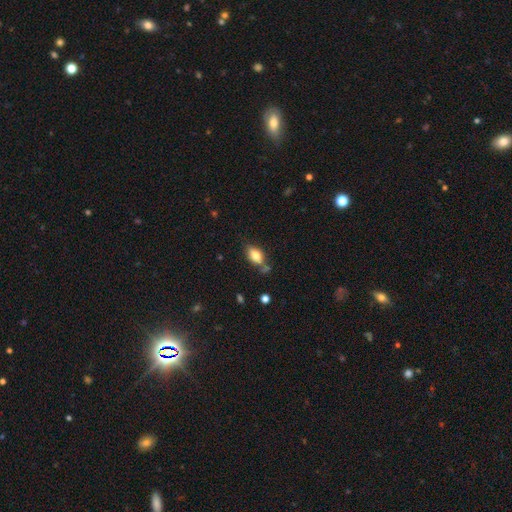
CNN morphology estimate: Q: Smooth or featured?
A: smooth (76%); runner-up: featured or disk (15%)
Q: How rounded?
A: in between (88%); runner-up: round (6%)
Q: Merging?
A: none (64%); runner-up: minor disturbance (19%)